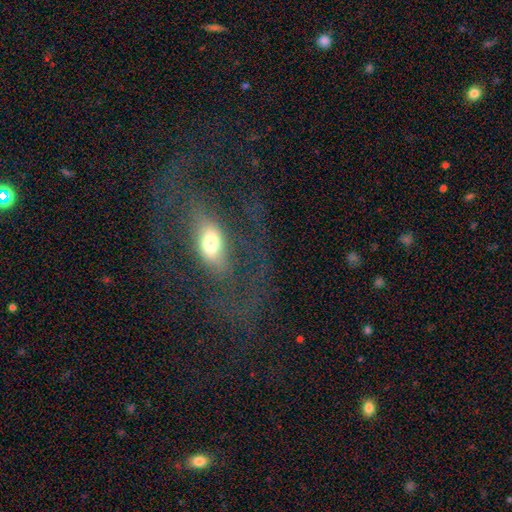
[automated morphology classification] A featured or disk galaxy (76%) with no bar (37%), spiral arms (67%) and a moderate central bulge (65%).

Vote fractions:
- Smooth or featured? featured or disk: 76% / smooth: 16% / star or artifact: 8%
- Edge-on disk? no: 87% / yes: 13%
- Bar? no: 37% / strong: 34% / weak: 29%
- Spiral arms? yes: 67% / no: 33%
- Bulge size? moderate: 65% / small: 18% / large: 14% / dominant: 2% / none: 1%
- Merging? none: 69% / major disturbance: 16% / minor disturbance: 13% / merger: 2%